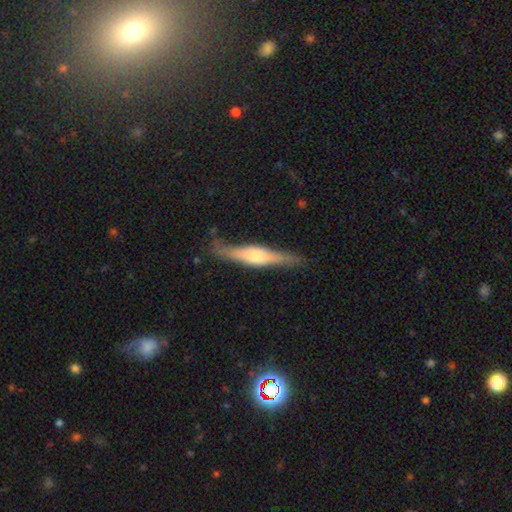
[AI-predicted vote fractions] This is likely a featured or disk galaxy (62%). It is clearly viewed edge-on (94%). Edge-on bulge: likely rounded (71%). Merging: likely none (79%).